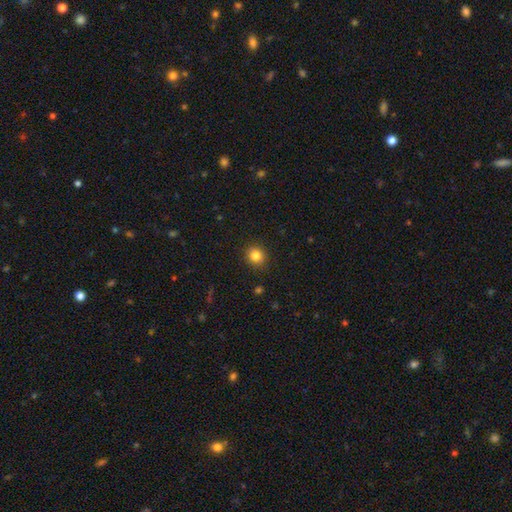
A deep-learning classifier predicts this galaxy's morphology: This is clearly a smooth galaxy (83%). How rounded: clearly round (84%). Merging: clearly none (90%).